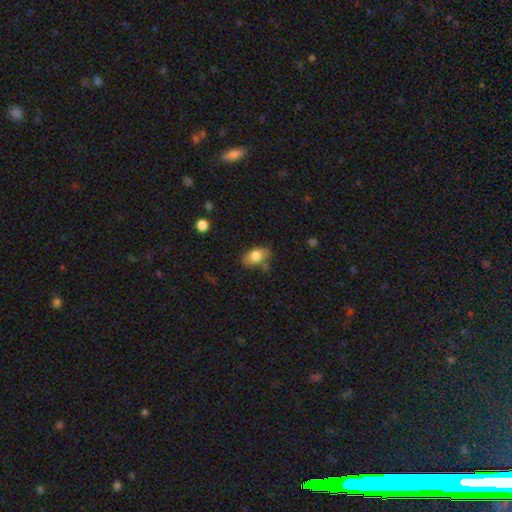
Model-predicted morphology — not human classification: Smooth or featured: smooth — 78% (featured or disk — 14%)
How rounded: in between — 89% (round — 9%)
Merging: none — 72% (minor disturbance — 19%)